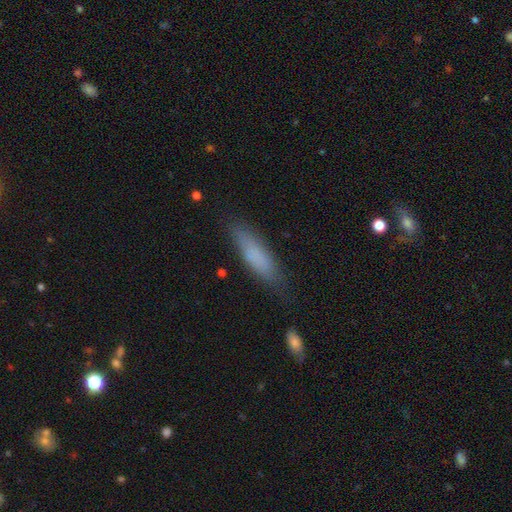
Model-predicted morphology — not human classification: The model was most divided on "how rounded": cigar-shaped: 66%, in between: 32%, round: 2%. More confident: smooth or featured — smooth (78%); merging — none (76%).